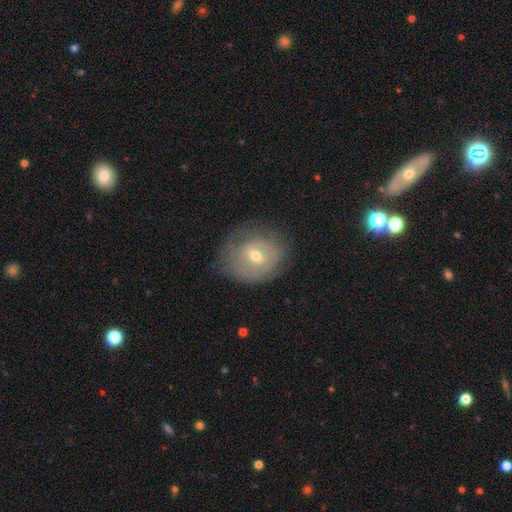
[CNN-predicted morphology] Q: Smooth or featured?
A: featured or disk (58%); runner-up: smooth (32%)
Q: Edge-on disk?
A: no (95%); runner-up: yes (5%)
Q: Bar?
A: no (48%); runner-up: weak (41%)
Q: Spiral arms?
A: yes (54%); runner-up: no (46%)
Q: Bulge size?
A: moderate (59%); runner-up: small (36%)
Q: Merging?
A: none (68%); runner-up: minor disturbance (22%)